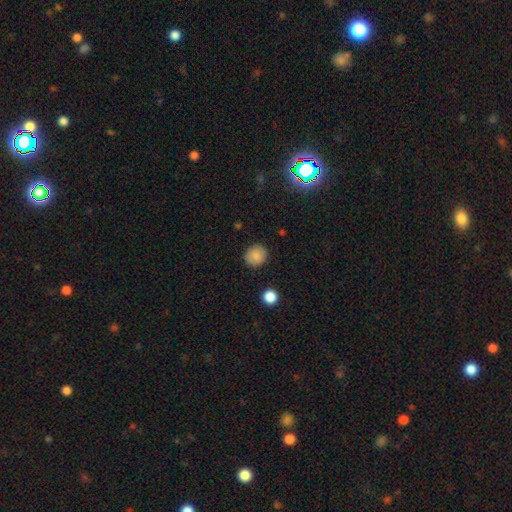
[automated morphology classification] type=smooth (86%); roundness=round (86%); merging=none (88%).